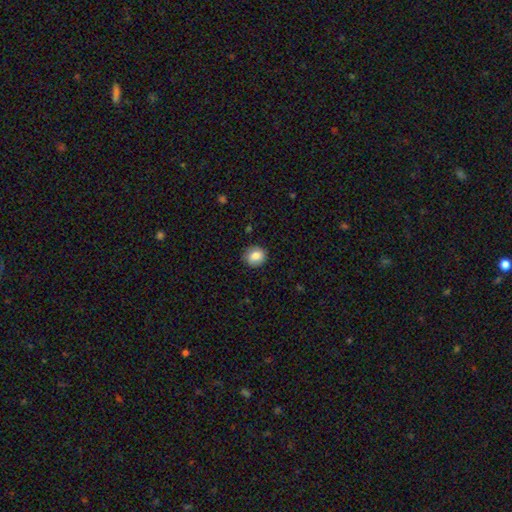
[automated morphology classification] This appears to be a smooth galaxy with no disk features (81%) that is round (77%). Merging: none (86%).